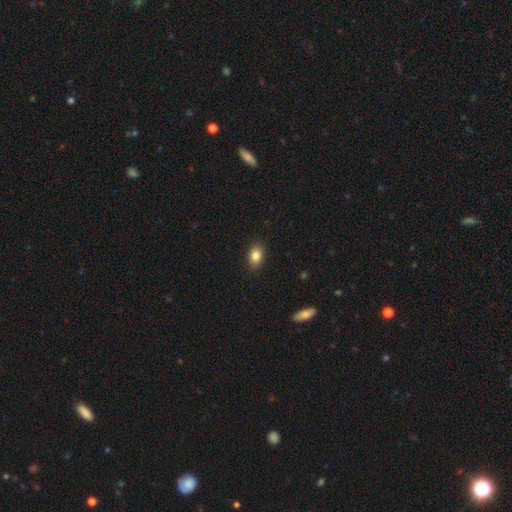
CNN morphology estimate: A smooth galaxy with no disk features (85%) that is in between round and cigar-shaped (79%).

Vote fractions:
- Smooth or featured? smooth: 85% / star or artifact: 9% / featured or disk: 6%
- How rounded? in between: 79% / round: 19% / cigar-shaped: 1%
- Merging? none: 88% / minor disturbance: 9% / major disturbance: 2% / merger: 1%